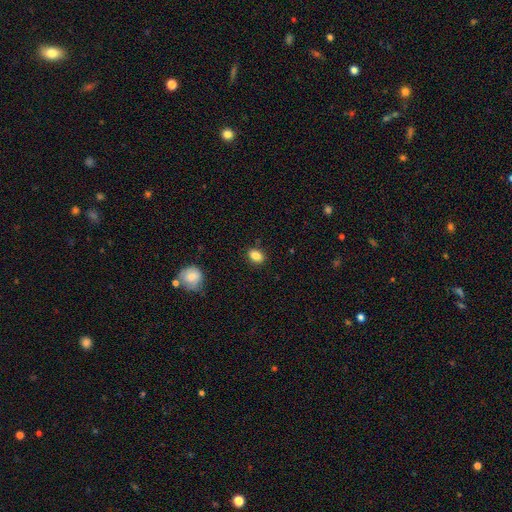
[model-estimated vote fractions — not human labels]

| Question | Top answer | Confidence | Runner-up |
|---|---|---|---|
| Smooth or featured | smooth | 85% | star or artifact (9%) |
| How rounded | in between | 69% | round (29%) |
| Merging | none | 86% | minor disturbance (10%) |